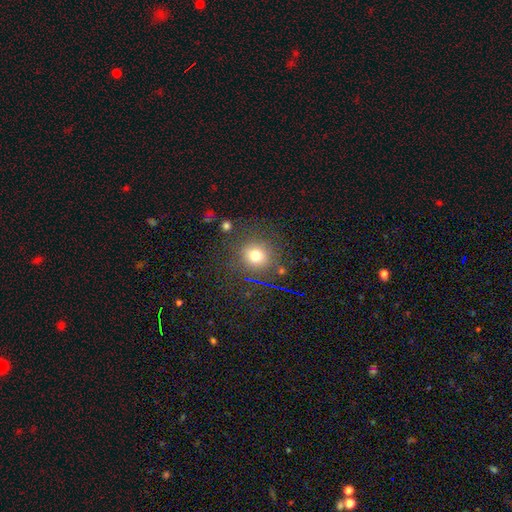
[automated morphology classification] This is likely a smooth galaxy (72%). How rounded: clearly round (87%). Merging: clearly none (82%).